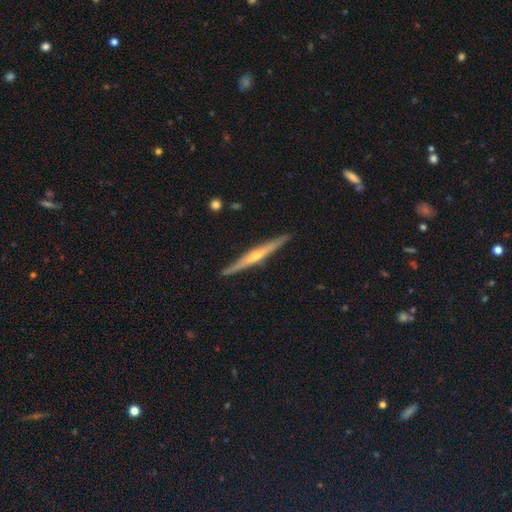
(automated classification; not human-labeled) smooth-or-featured: featured or disk: 73% | smooth: 21% | star or artifact: 6%
  disk-edge-on: yes: 98% | no: 2%
    edge-on-bulge: rounded: 75% | none: 20% | boxy: 5%
  merging: none: 91% | minor disturbance: 6% | major disturbance: 1% | merger: 1%